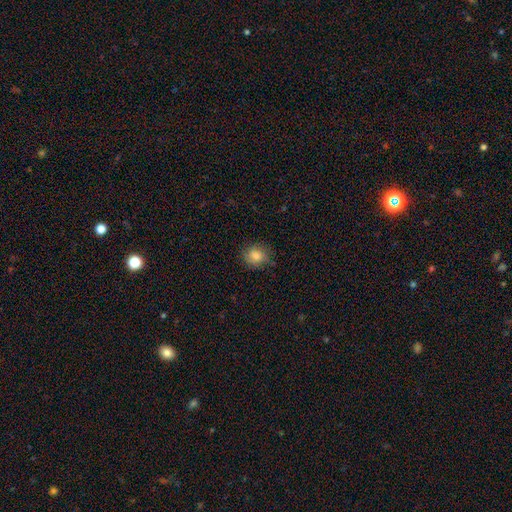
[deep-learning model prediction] Smooth or featured: smooth — 81% (star or artifact — 10%)
How rounded: round — 70% (in between — 29%)
Merging: none — 79% (minor disturbance — 16%)